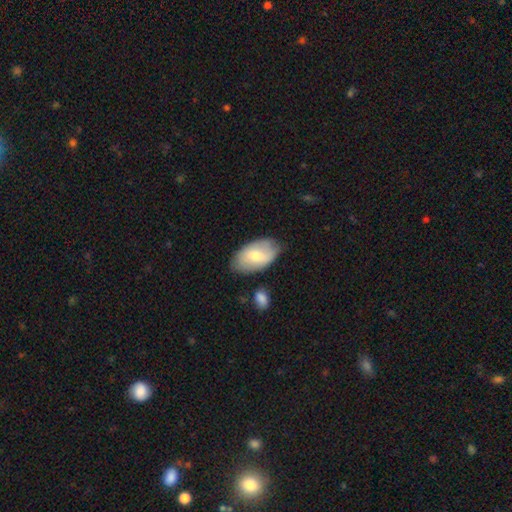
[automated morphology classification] smooth 62%, featured or disk 32%, star or artifact 6%. Down the decision tree: how rounded — in between (94%); merging — none (73%).